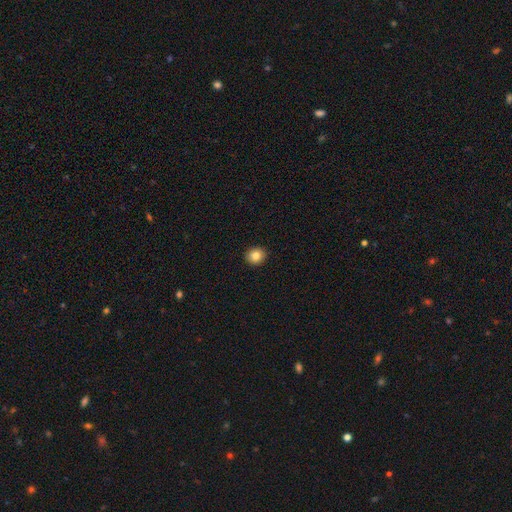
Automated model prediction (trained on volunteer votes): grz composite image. It shows a smooth galaxy with no disk features (83%) that is round (78%). Merging: none (92%).